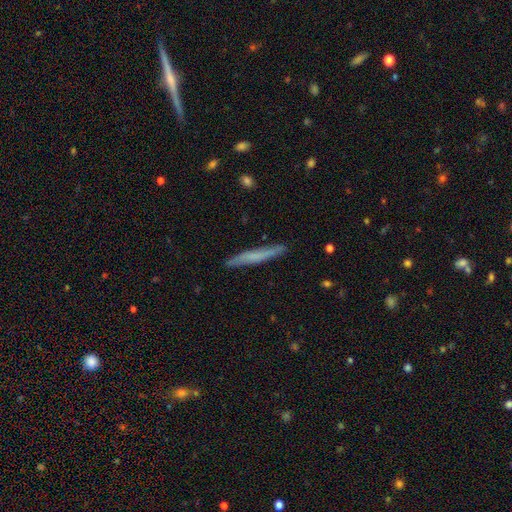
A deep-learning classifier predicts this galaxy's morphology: Smooth or featured? smooth (53%)
How rounded? cigar-shaped (96%)
Merging? none (88%)